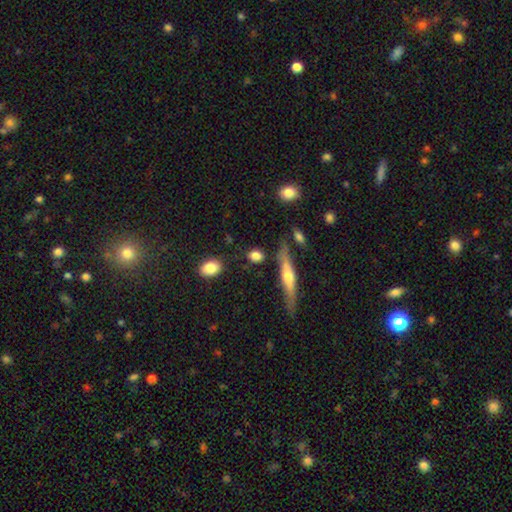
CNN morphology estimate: Smooth or featured: smooth — 79% (featured or disk — 13%)
How rounded: in between — 52% (round — 38%)
Merging: none — 75% (minor disturbance — 14%)